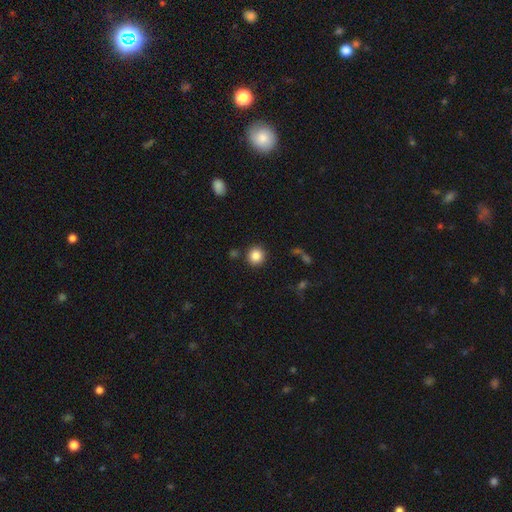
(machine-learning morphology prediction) smooth-or-featured: smooth: 86% | star or artifact: 10% | featured or disk: 4%
  how-rounded: round: 92% | in between: 7% | cigar-shaped: 1%
  merging: none: 88% | minor disturbance: 6% | merger: 3% | major disturbance: 2%